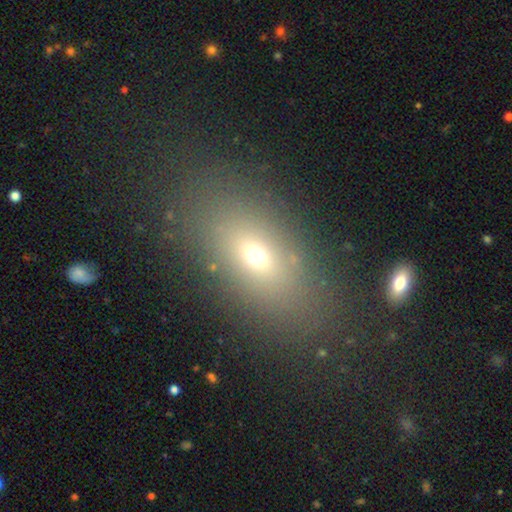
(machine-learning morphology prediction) smooth 64%, featured or disk 19%, star or artifact 17%. Down the decision tree: how rounded — in between (80%); merging — none (80%).